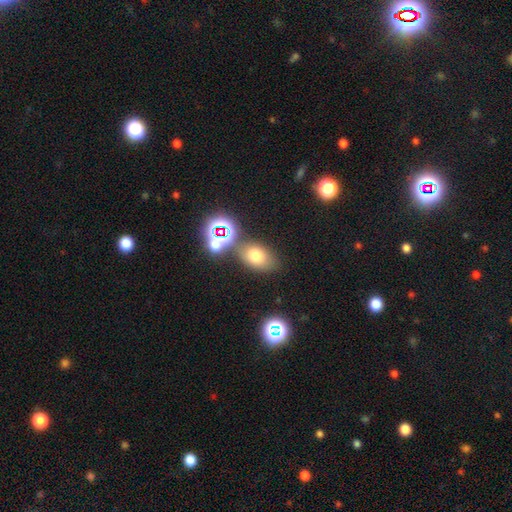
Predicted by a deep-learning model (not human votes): smooth 68%, star or artifact 20%, featured or disk 13%. Down the decision tree: how rounded — in between (77%); merging — none (68%).